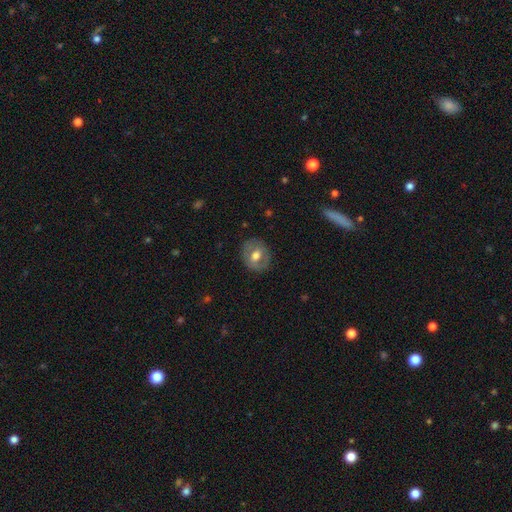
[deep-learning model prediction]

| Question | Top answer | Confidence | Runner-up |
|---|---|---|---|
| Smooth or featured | smooth | 53% | featured or disk (40%) |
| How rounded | round | 63% | in between (36%) |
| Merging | none | 81% | minor disturbance (13%) |